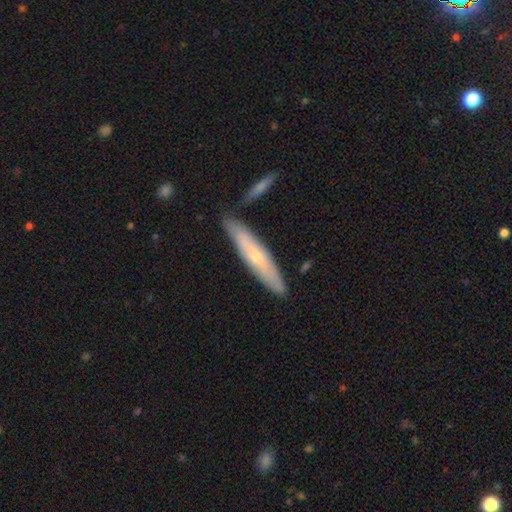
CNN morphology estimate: A featured or disk galaxy (51%) viewed edge-on (69%).

Vote fractions:
- Smooth or featured? featured or disk: 51% / smooth: 43% / star or artifact: 6%
- Edge-on disk? yes: 69% / no: 31%
- Merging? none: 82% / minor disturbance: 11% / merger: 4% / major disturbance: 2%